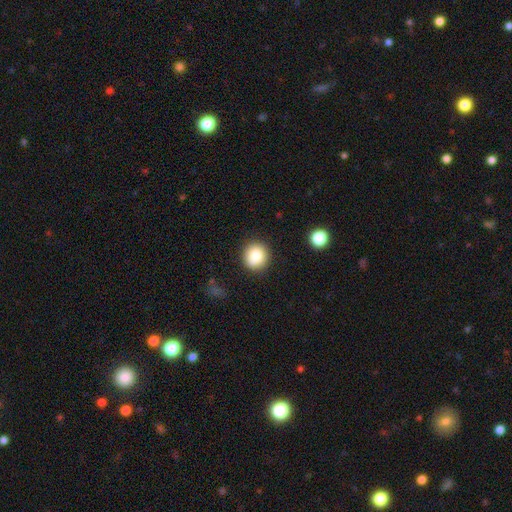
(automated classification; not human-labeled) Q: Smooth or featured?
A: smooth (85%); runner-up: star or artifact (9%)
Q: How rounded?
A: round (89%); runner-up: in between (10%)
Q: Merging?
A: none (89%); runner-up: minor disturbance (7%)